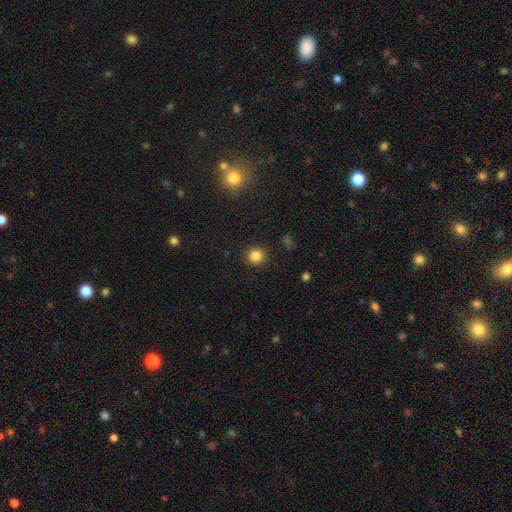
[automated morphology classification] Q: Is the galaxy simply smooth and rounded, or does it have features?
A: smooth — 83%.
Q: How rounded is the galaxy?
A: round — 92%.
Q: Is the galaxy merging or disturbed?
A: none — 91%.